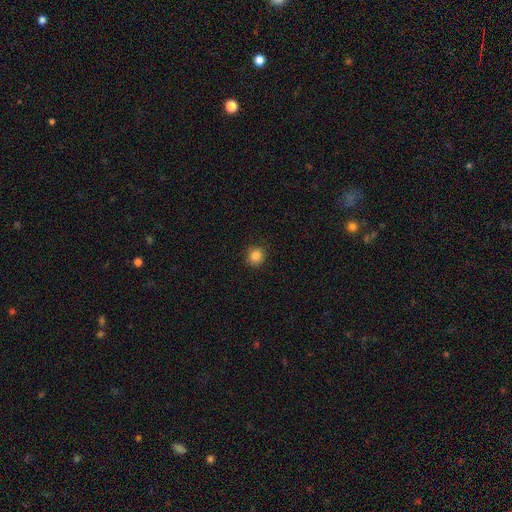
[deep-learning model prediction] Overall: smooth (85%). How rounded: round (92%). Merging: none (91%).